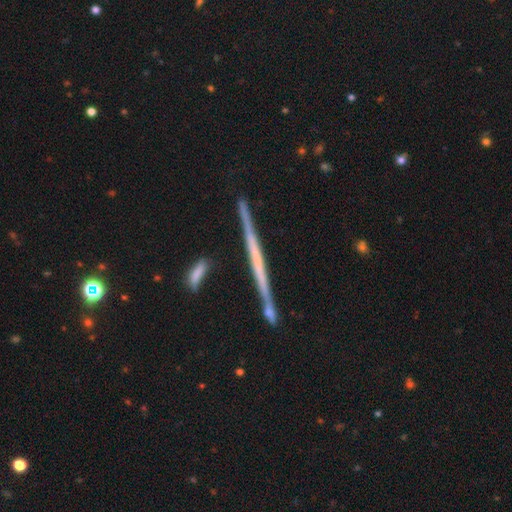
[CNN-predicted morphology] A featured or disk galaxy (69%) viewed edge-on (98%) with no central bulge (82%). Merging: none (86%).